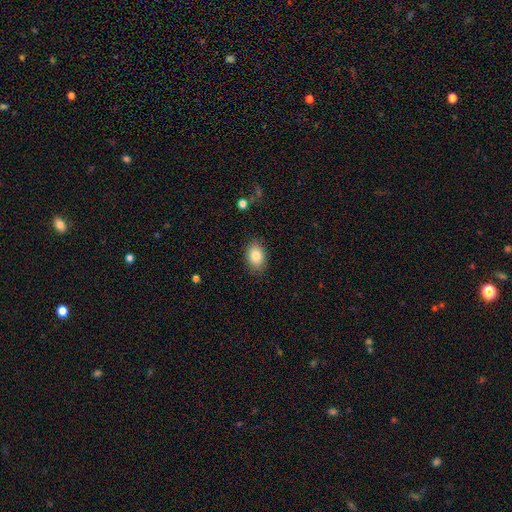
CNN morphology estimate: Smooth or featured?
  - smooth: 83% *
  - featured or disk: 9%
  - star or artifact: 8%
How rounded?
  - in between: 85% *
  - round: 14%
  - cigar-shaped: 1%
Merging?
  - none: 87% *
  - minor disturbance: 10%
  - major disturbance: 2%
  - merger: 1%